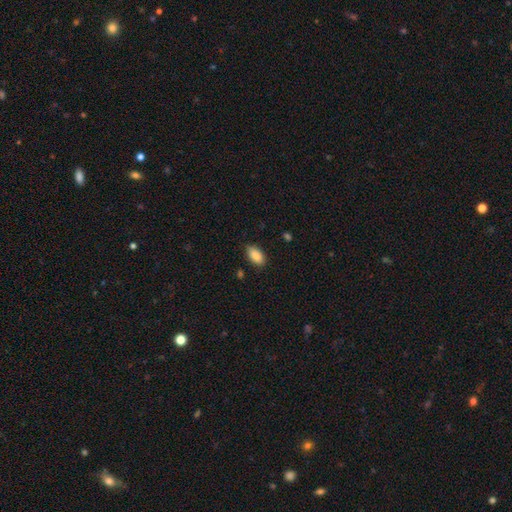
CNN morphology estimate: Smooth or featured? Predicted: smooth (p=0.89). How rounded? Predicted: in between (p=0.93). Merging? Predicted: none (p=0.81).